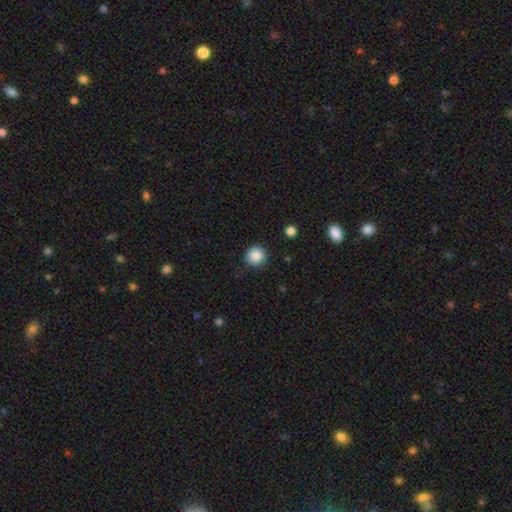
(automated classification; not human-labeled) A smooth galaxy with no disk features (86%) that is round (94%).

Vote fractions:
- Smooth or featured? smooth: 86% / star or artifact: 10% / featured or disk: 4%
- How rounded? round: 94% / in between: 5% / cigar-shaped: 1%
- Merging? none: 85% / minor disturbance: 10% / major disturbance: 3% / merger: 1%